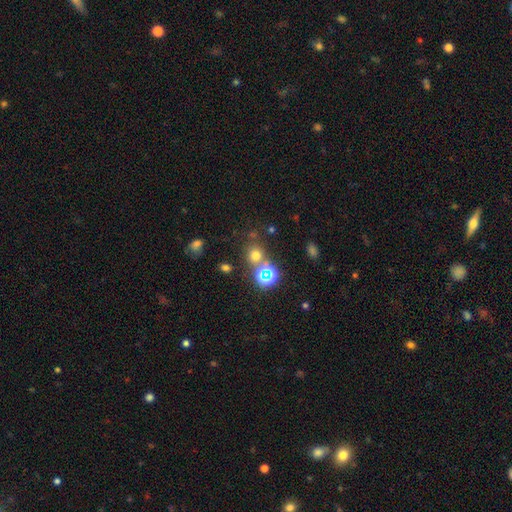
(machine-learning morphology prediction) Smooth or featured: smooth — 62% (star or artifact — 31%)
How rounded: round — 85% (in between — 14%)
Merging: none — 72% (merger — 16%)